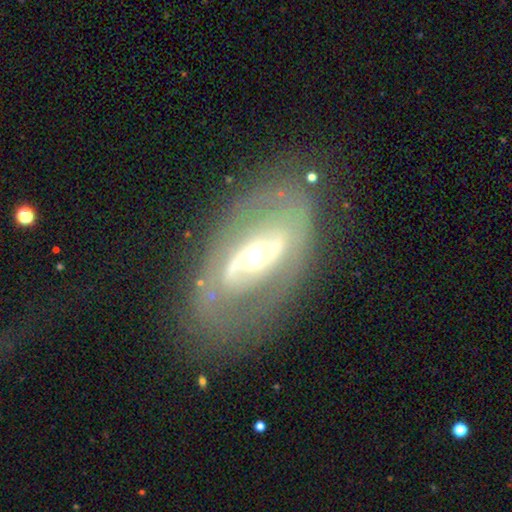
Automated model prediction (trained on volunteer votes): A featured or disk galaxy (76%) with no bar (38%), no spiral arms (51%) and a moderate central bulge (57%). Merging: none (71%).